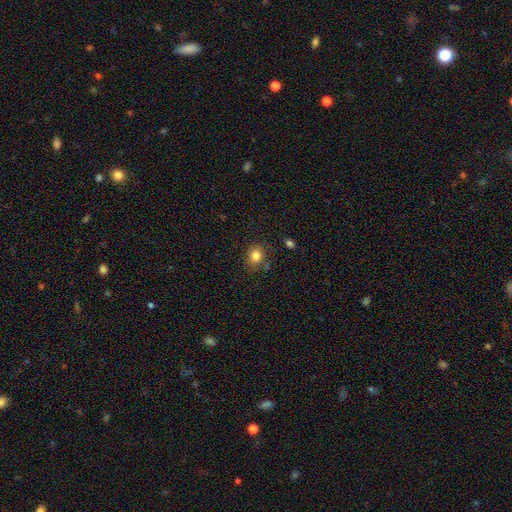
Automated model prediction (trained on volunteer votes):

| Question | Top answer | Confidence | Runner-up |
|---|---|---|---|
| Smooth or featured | smooth | 82% | star or artifact (11%) |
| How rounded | round | 72% | in between (27%) |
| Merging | none | 75% | minor disturbance (16%) |